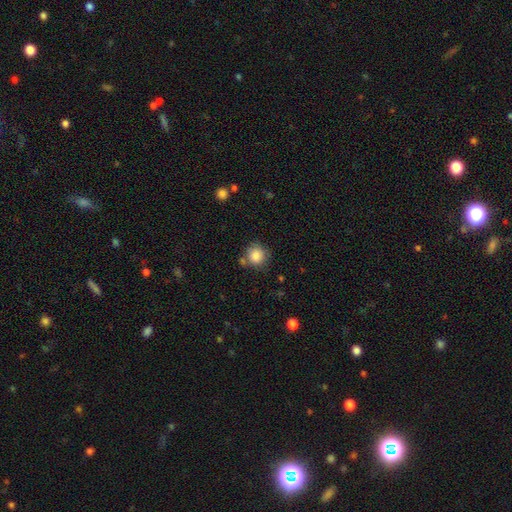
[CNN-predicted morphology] Smooth or featured: smooth — 86% (star or artifact — 9%)
How rounded: round — 90% (in between — 10%)
Merging: none — 73% (minor disturbance — 15%)